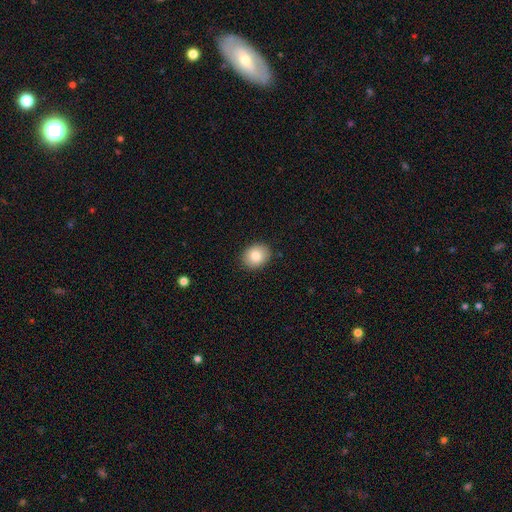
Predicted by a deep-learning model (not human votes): Q: Smooth or featured?
A: smooth (83%); runner-up: featured or disk (9%)
Q: How rounded?
A: round (58%); runner-up: in between (41%)
Q: Merging?
A: none (89%); runner-up: minor disturbance (8%)